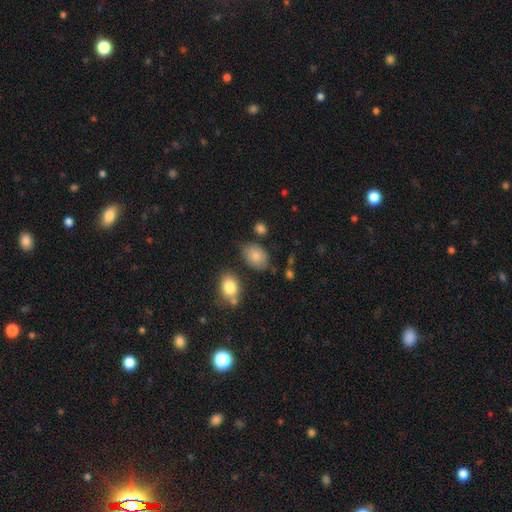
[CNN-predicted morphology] Q: Smooth or featured?
A: smooth (83%); runner-up: featured or disk (9%)
Q: How rounded?
A: in between (80%); runner-up: round (19%)
Q: Merging?
A: none (69%); runner-up: minor disturbance (21%)